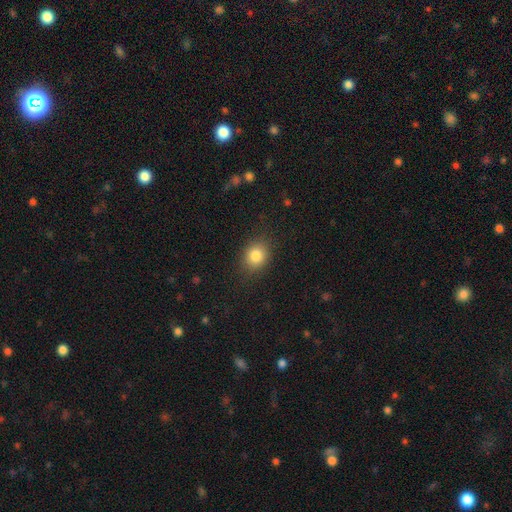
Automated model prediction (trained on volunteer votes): Overall: smooth (83%). How rounded: round (59%; in between 40%). Merging: none (85%).